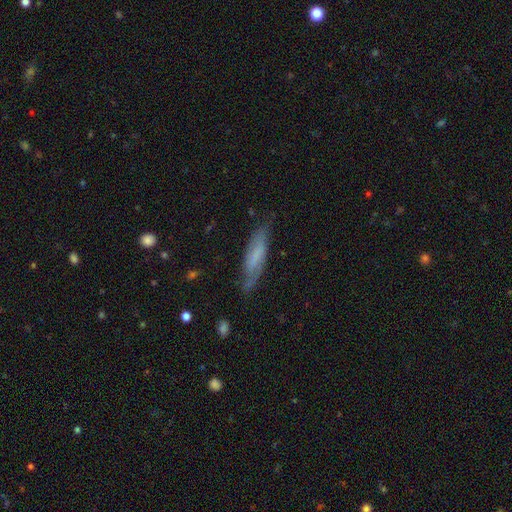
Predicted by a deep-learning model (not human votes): This is possibly a smooth galaxy (48%). Merging: likely none (69%).